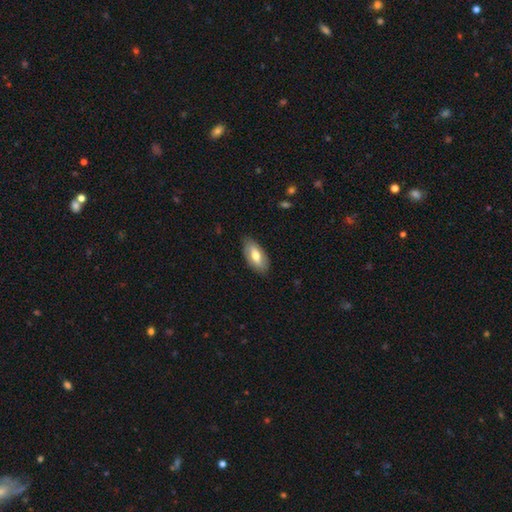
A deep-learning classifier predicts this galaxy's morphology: A smooth galaxy with no disk features (63%) that is in between round and cigar-shaped (91%).

Vote fractions:
- Smooth or featured? smooth: 63% / featured or disk: 32% / star or artifact: 6%
- How rounded? in between: 91% / cigar-shaped: 7% / round: 3%
- Merging? none: 83% / minor disturbance: 13% / major disturbance: 3% / merger: 1%